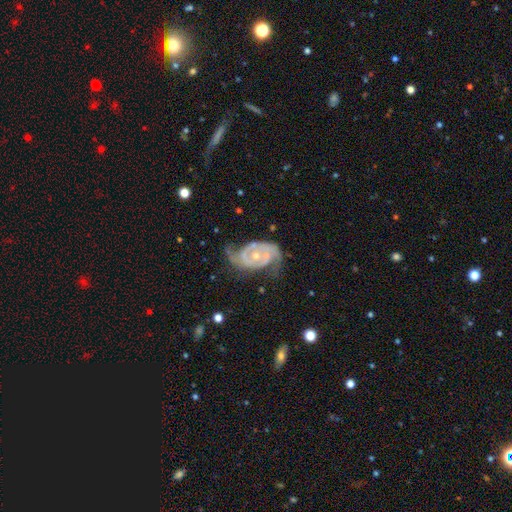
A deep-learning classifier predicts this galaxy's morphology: A featured or disk galaxy (88%) with no bar (70%), 2 (76%) tight (47%) spiral arms (94%) and a small central bulge (57%).

Vote fractions:
- Smooth or featured? featured or disk: 88% / smooth: 7% / star or artifact: 5%
- Edge-on disk? no: 97% / yes: 3%
- Bar? no: 70% / weak: 23% / strong: 7%
- Spiral arms? yes: 94% / no: 6%
- Spiral winding? tight: 47% / medium: 38% / loose: 15%
- Spiral arm count? 2: 76% / can't tell: 11% / 3: 6% / 1: 4% / 4: 2% / more than 4: 2%
- Bulge size? small: 57% / moderate: 40% / none: 1% / large: 1% / dominant: 1%
- Merging? none: 56% / minor disturbance: 24% / major disturbance: 18% / merger: 2%